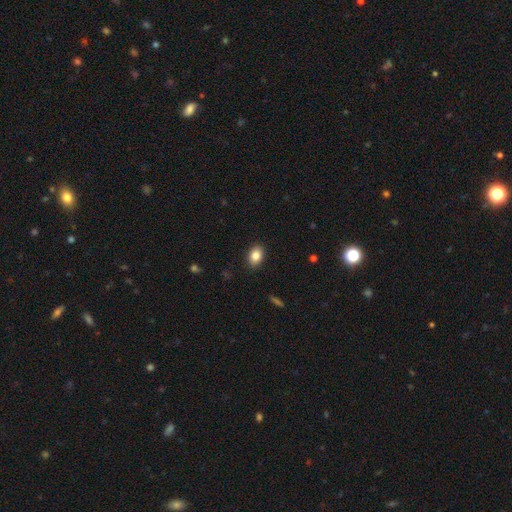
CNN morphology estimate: smooth 85%, star or artifact 8%, featured or disk 7%. Down the decision tree: how rounded — in between (80%); merging — none (89%).